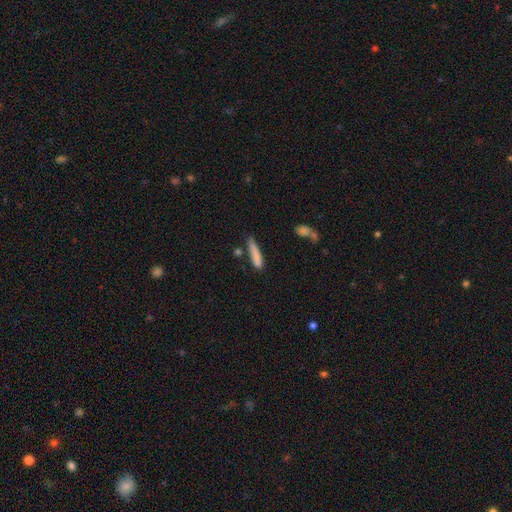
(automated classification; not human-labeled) Smooth or featured: smooth — 81% (featured or disk — 11%)
How rounded: cigar-shaped — 85% (in between — 14%)
Merging: none — 62% (minor disturbance — 25%)